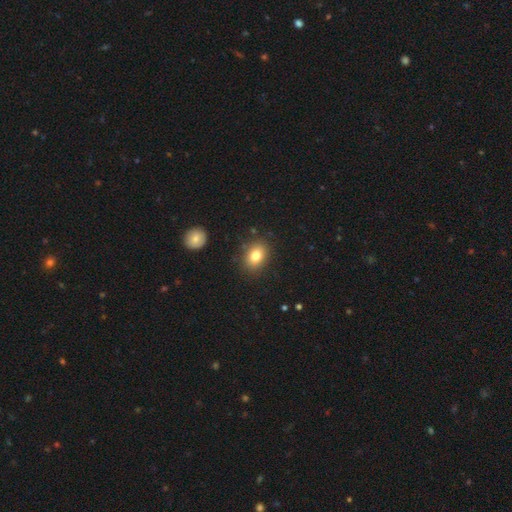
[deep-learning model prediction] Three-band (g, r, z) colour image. It shows a smooth galaxy with no disk features (81%) that is in between round and cigar-shaped (67%). Merging: none (85%).